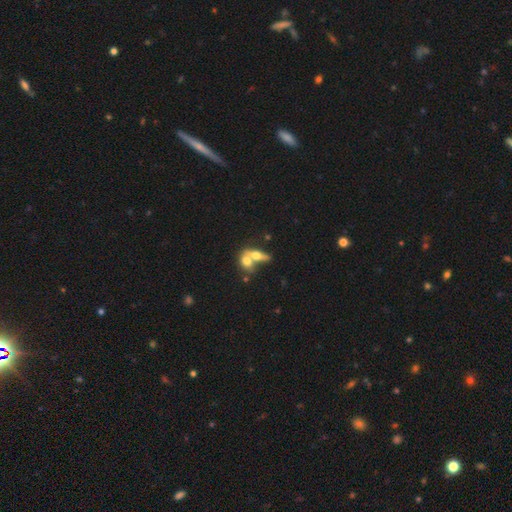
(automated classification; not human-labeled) smooth_or_featured: smooth (p=0.57) [alt: featured or disk p=0.35]
how_rounded: in between (p=0.63) [alt: round p=0.19]
merging: merger (p=0.63) [alt: none p=0.25]